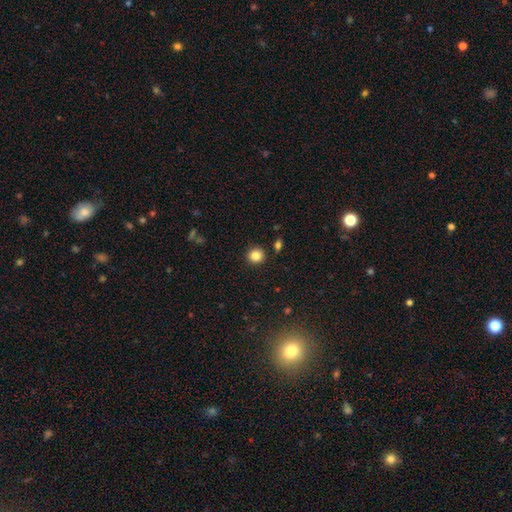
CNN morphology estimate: smooth_or_featured: smooth (p=0.84) [alt: star or artifact p=0.11]
how_rounded: round (p=0.90) [alt: in between p=0.09]
merging: none (p=0.89) [alt: minor disturbance p=0.06]